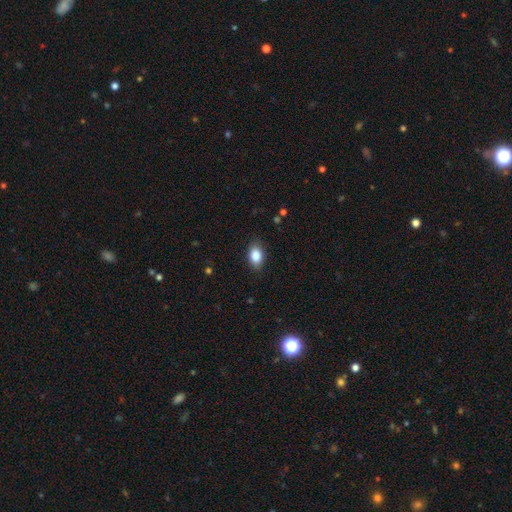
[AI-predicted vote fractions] This is clearly a smooth galaxy (85%). How rounded: clearly in between (83%). Merging: clearly none (83%).